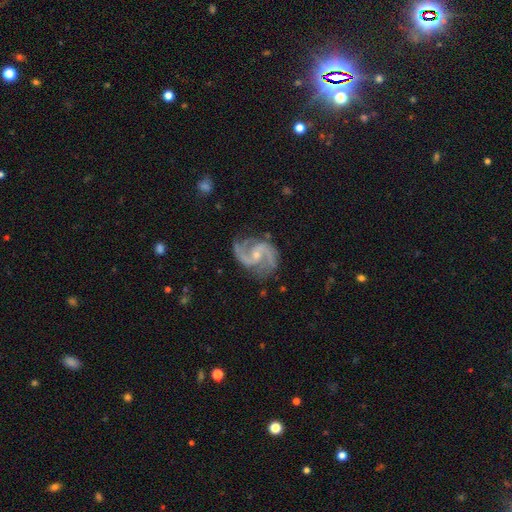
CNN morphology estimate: smooth_or_featured: featured or disk (p=0.93) [alt: star or artifact p=0.04]
disk_edge_on: no (p=0.98) [alt: yes p=0.02]
bar: no (p=0.44) [alt: weak p=0.42]
has_spiral_arms: yes (p=0.98) [alt: no p=0.02]
spiral_winding: medium (p=0.57) [alt: loose p=0.30]
spiral_arm_count: 2 (p=0.93) [alt: 3 p=0.02]
bulge_size: small (p=0.63) [alt: moderate p=0.32]
merging: none (p=0.76) [alt: minor disturbance p=0.17]